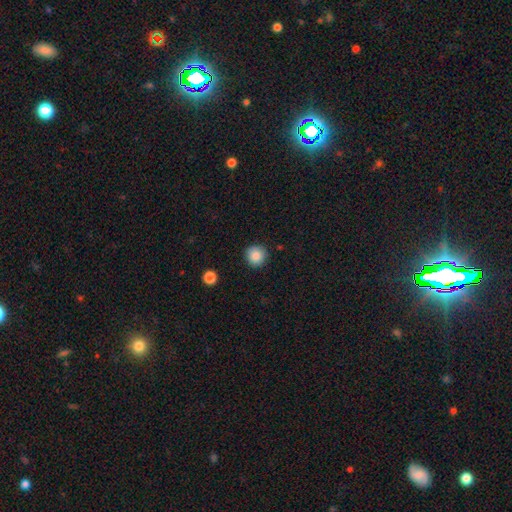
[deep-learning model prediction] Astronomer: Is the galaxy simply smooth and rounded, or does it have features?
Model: smooth — 87%.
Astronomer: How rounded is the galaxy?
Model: round — 94%.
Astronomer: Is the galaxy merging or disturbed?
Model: none — 90%.